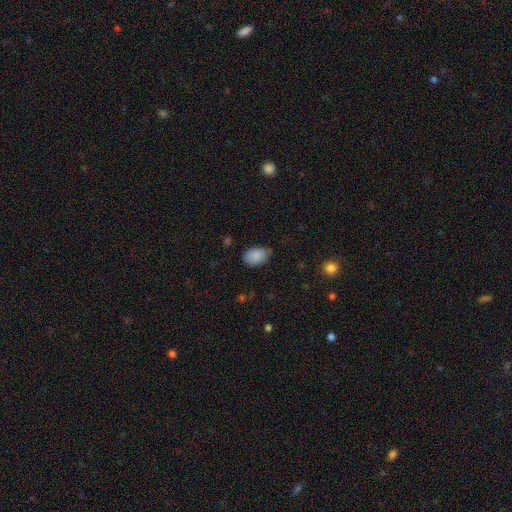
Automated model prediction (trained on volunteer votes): This appears to be a smooth galaxy with no disk features (87%) that is in between round and cigar-shaped (88%). Merging: none (67%).